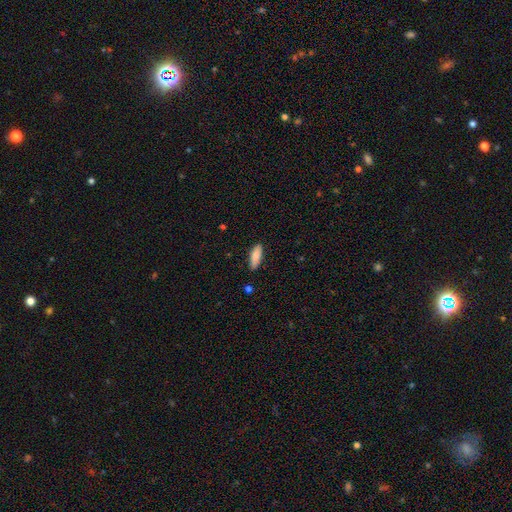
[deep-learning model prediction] The model was most divided on "how rounded": in between: 57%, cigar-shaped: 41%, round: 2%. More confident: smooth or featured — smooth (85%); merging — none (84%).